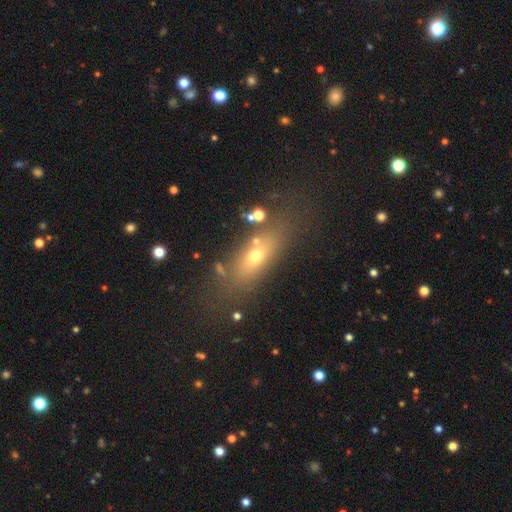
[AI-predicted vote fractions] This is possibly a smooth galaxy (58%). How rounded: possibly in between (59%). Merging: likely none (70%).